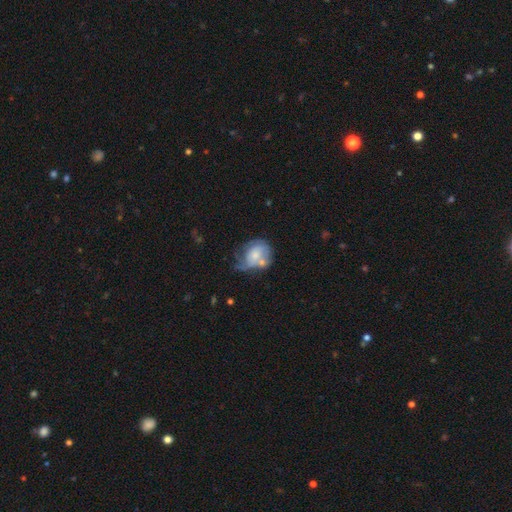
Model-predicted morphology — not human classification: type=featured or disk (49%); merging=major disturbance (30%).